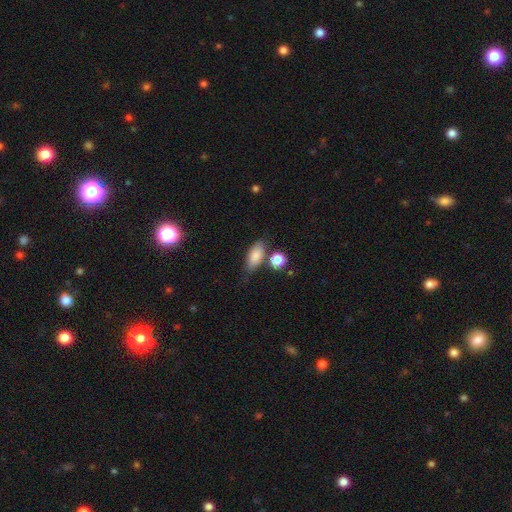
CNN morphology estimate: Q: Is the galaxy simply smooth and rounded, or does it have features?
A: smooth — 82%.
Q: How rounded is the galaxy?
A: in between — 80%.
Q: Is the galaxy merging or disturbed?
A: none — 65%.